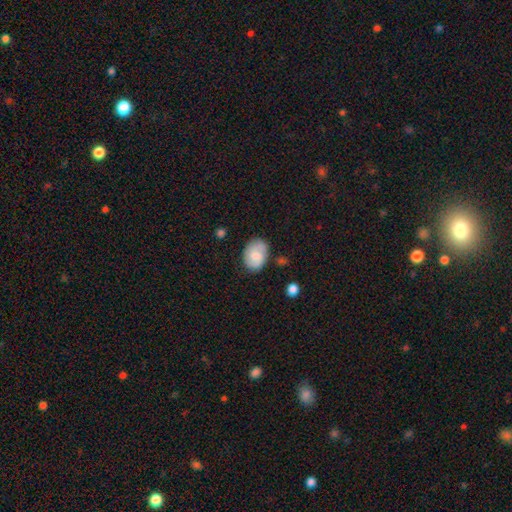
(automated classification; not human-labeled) Smooth or featured? smooth (55%)
How rounded? in between (71%)
Merging? none (72%)